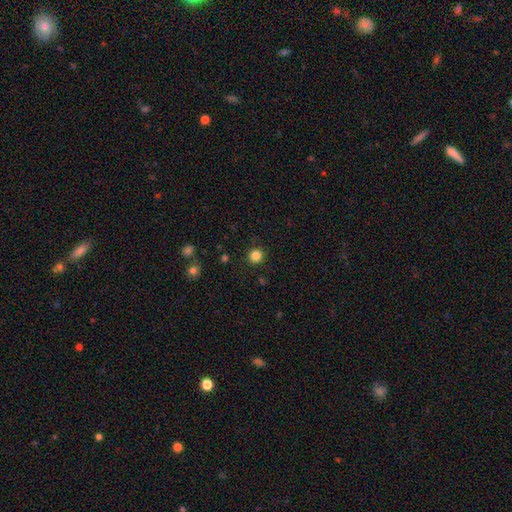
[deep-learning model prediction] Morphology: type=smooth (84%); roundness=round (94%); merging=none (91%).